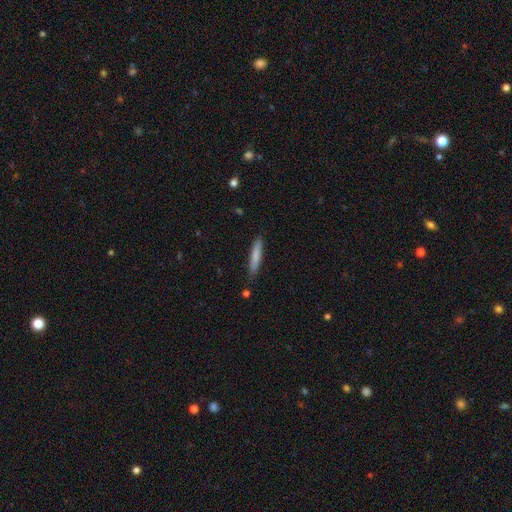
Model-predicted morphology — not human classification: This appears to be a smooth galaxy with no disk features (78%) that is cigar-shaped (90%). Merging: none (86%).